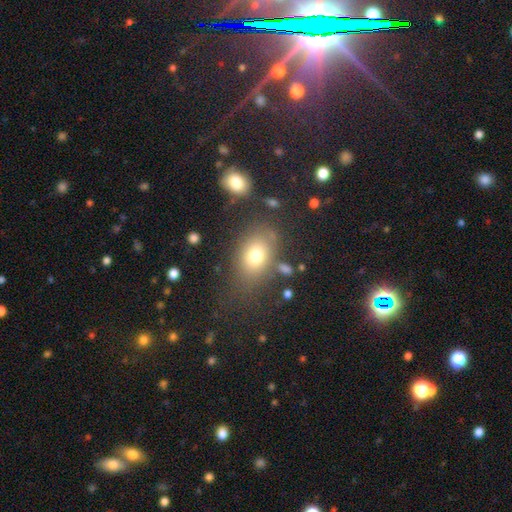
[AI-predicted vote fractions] This is likely a smooth galaxy (75%). How rounded: likely in between (69%). Merging: likely none (69%).